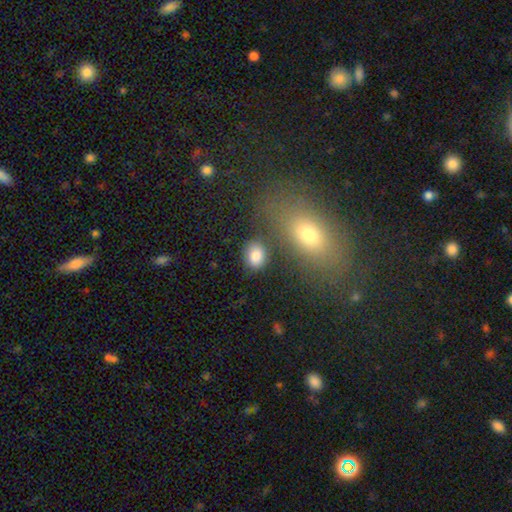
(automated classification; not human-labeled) A smooth galaxy with no disk features (83%) that is in between round and cigar-shaped (61%). Merging: none (75%).